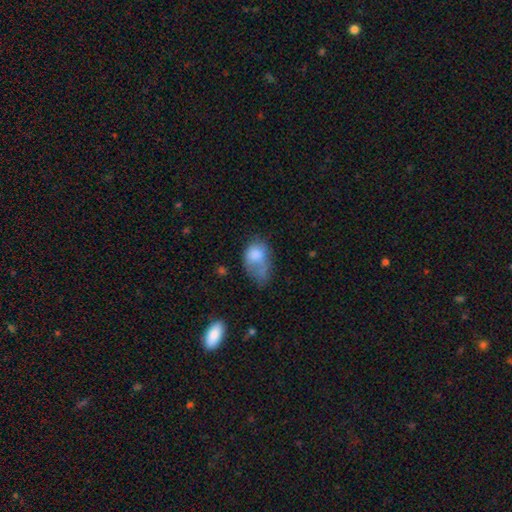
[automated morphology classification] A smooth galaxy with no disk features (73%) that is in between round and cigar-shaped (81%).

Vote fractions:
- Smooth or featured? smooth: 73% / featured or disk: 18% / star or artifact: 9%
- How rounded? in between: 81% / round: 18% / cigar-shaped: 2%
- Merging? major disturbance: 40% / minor disturbance: 28% / none: 20% / merger: 12%